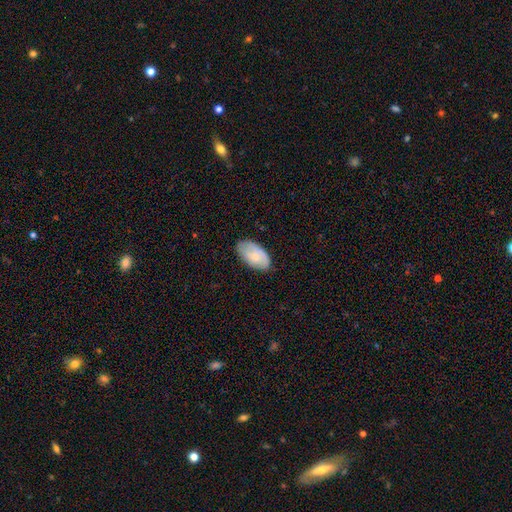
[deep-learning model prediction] smooth-or-featured: smooth: 65% | featured or disk: 29% | star or artifact: 6%
  how-rounded: in between: 94% | round: 4% | cigar-shaped: 2%
  merging: none: 75% | minor disturbance: 20% | major disturbance: 4% | merger: 1%